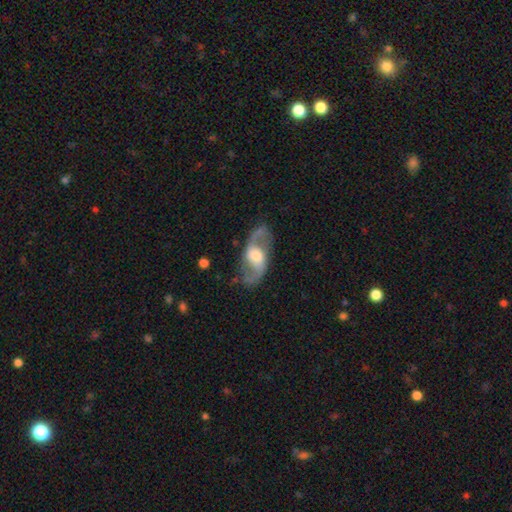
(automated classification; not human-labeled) Overall: featured or disk (82%). Edge-on disk: no (93%). Bar: weak (42%; no 41%). Spiral arms: yes (90%). Spiral arm count: 2 (92%). Spiral winding: loose (51%; medium 40%). Bulge size: moderate (53%; large 26%). Merging: none (78%).